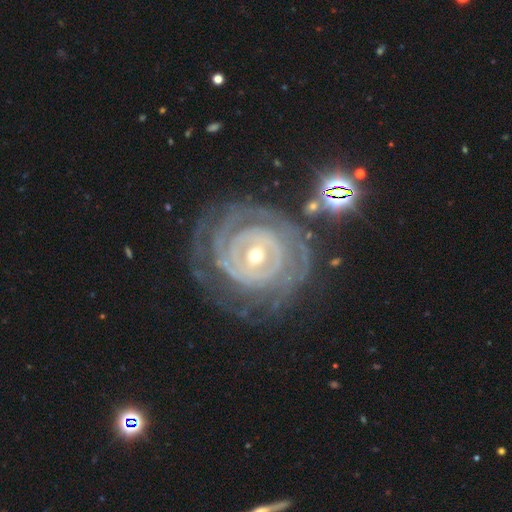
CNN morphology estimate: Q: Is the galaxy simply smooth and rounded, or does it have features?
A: featured or disk — 88%.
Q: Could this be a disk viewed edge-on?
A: no — 97%.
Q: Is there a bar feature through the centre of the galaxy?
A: no — 52%.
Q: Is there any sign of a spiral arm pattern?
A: yes — 95%.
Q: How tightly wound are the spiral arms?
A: tight — 86%.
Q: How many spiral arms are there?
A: can't tell — 35%.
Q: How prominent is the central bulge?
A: small — 56%.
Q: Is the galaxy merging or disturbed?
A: none — 73%.